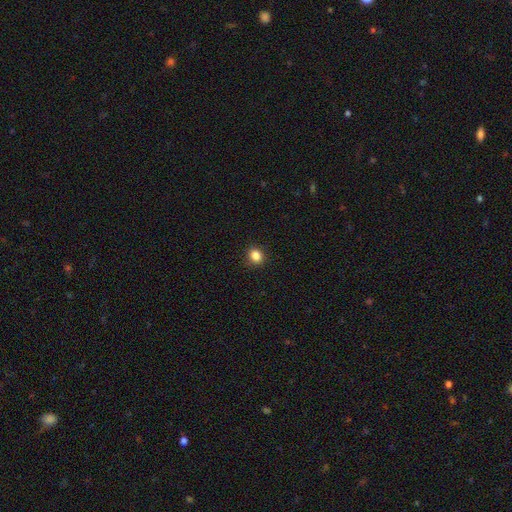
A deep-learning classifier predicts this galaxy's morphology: smooth_or_featured: smooth (p=0.85) [alt: star or artifact p=0.11]
how_rounded: round (p=0.70) [alt: in between p=0.29]
merging: none (p=0.90) [alt: minor disturbance p=0.07]